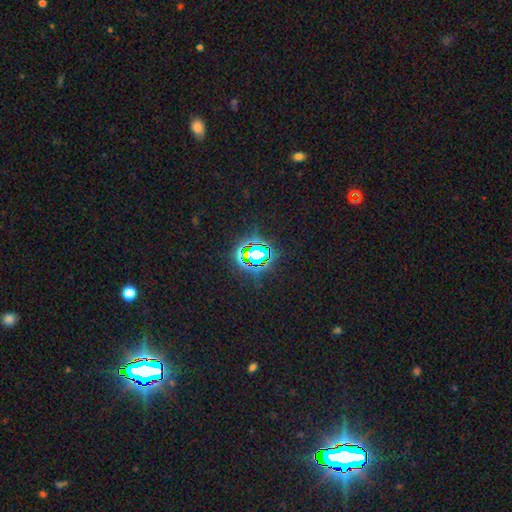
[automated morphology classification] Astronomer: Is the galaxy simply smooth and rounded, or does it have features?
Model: star or artifact — 83%.